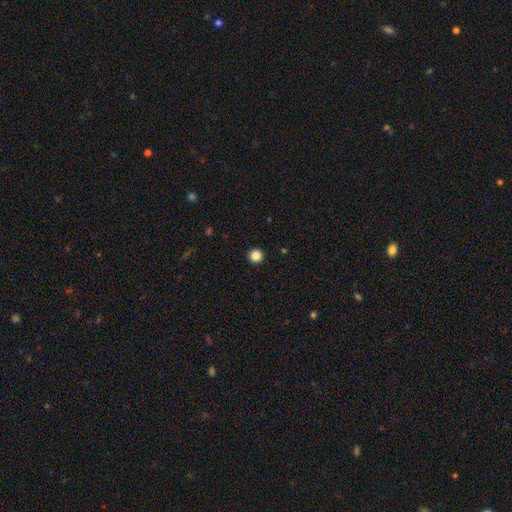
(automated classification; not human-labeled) Smooth or featured? smooth (85%)
How rounded? round (96%)
Merging? none (94%)